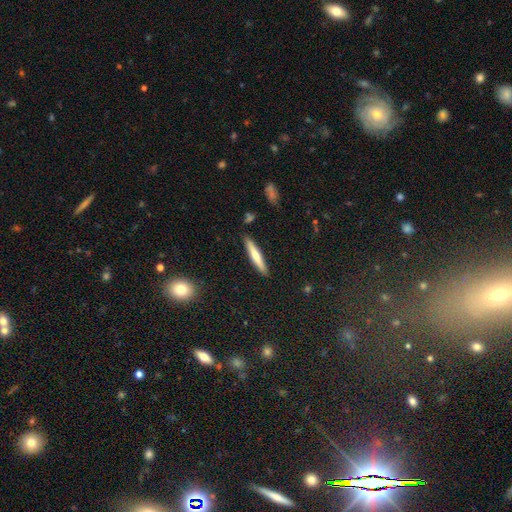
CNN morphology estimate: Smooth or featured: smooth — 61% (featured or disk — 33%)
How rounded: cigar-shaped — 93% (in between — 6%)
Merging: none — 90% (minor disturbance — 7%)